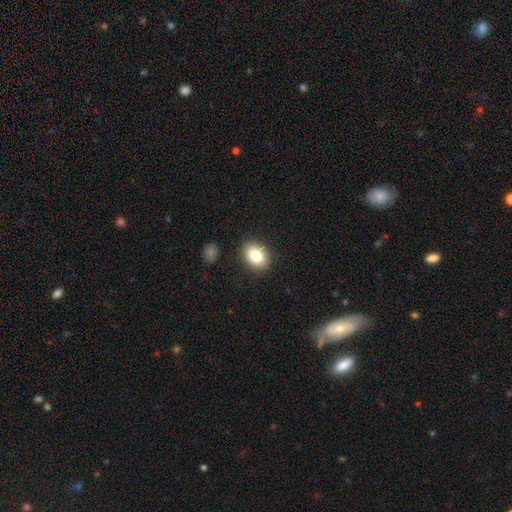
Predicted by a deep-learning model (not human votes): A smooth galaxy with no disk features (81%) that is in between round and cigar-shaped (65%).

Vote fractions:
- Smooth or featured? smooth: 81% / featured or disk: 10% / star or artifact: 9%
- How rounded? in between: 65% / round: 34% / cigar-shaped: 1%
- Merging? none: 87% / minor disturbance: 9% / major disturbance: 2% / merger: 2%